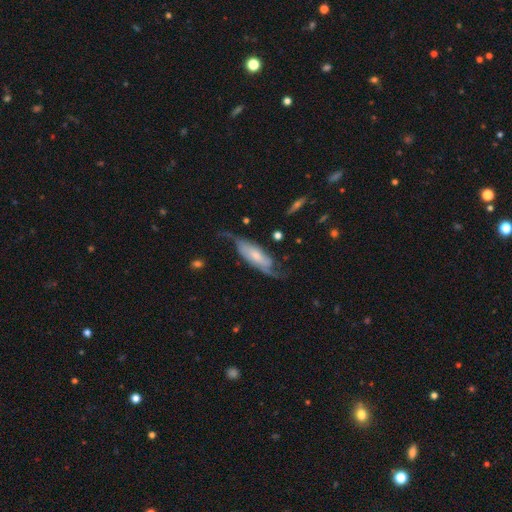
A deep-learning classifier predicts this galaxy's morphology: This is likely a featured or disk galaxy (77%). It is clearly not viewed edge-on (86%). Bar: possibly no (49%). Spiral arm pattern: clearly yes (95%). Spiral arm count: clearly 2 (85%). Spiral winding: possibly loose (49%). Central bulge: possibly small (45%). Merging: possibly none (58%).